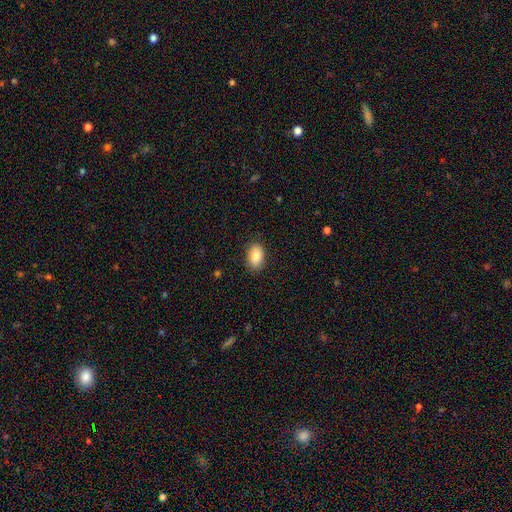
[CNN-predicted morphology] smooth 87%, star or artifact 7%, featured or disk 6%. Down the decision tree: how rounded — in between (91%); merging — none (88%).